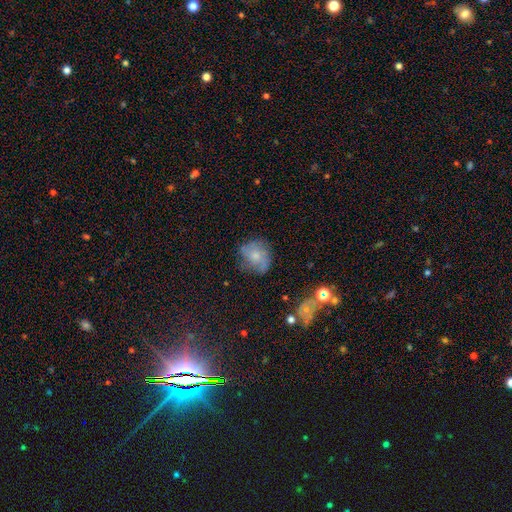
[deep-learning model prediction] A smooth galaxy with no disk features (49%). Merging: none (59%).